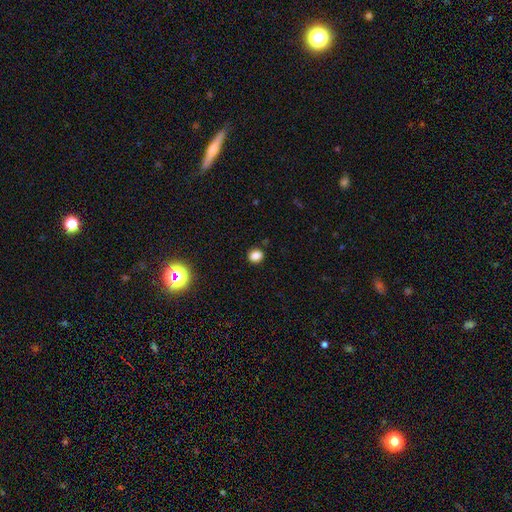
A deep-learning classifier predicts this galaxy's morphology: Smooth or featured? Predicted: smooth (p=0.83). How rounded? Predicted: round (p=0.70). Merging? Predicted: none (p=0.88).